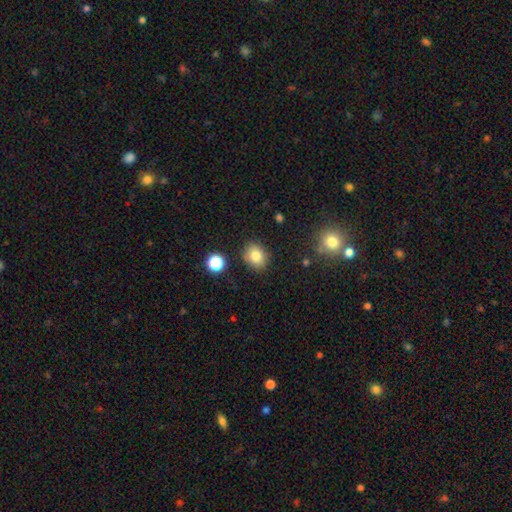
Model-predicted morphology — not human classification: A smooth galaxy with no disk features (82%) that is round (57%). Merging: none (84%).